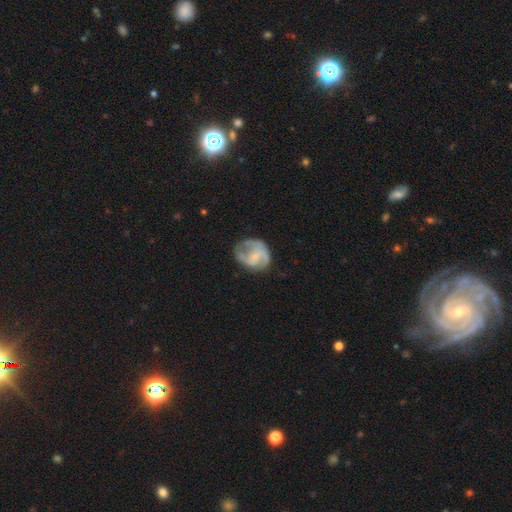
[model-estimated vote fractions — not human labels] Smooth or featured? featured or disk (66%)
Edge-on disk? no (98%)
Bar? no (57%)
Spiral arms? yes (76%)
Bulge size? small (68%)
Merging? none (47%)